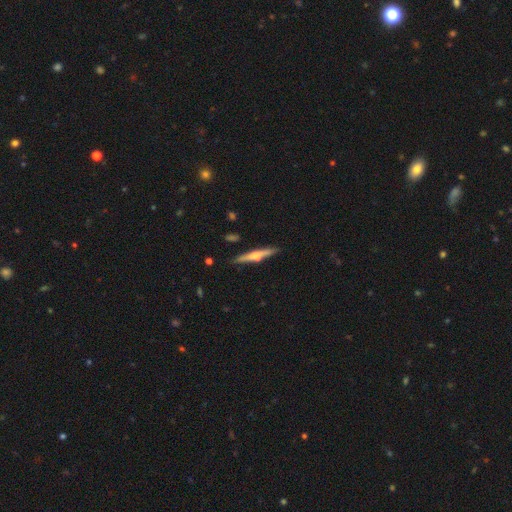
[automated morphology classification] Q: Smooth or featured?
A: featured or disk (59%); runner-up: smooth (35%)
Q: Edge-on disk?
A: yes (97%); runner-up: no (3%)
Q: Edge-on bulge?
A: rounded (79%); runner-up: none (11%)
Q: Merging?
A: none (85%); runner-up: minor disturbance (10%)